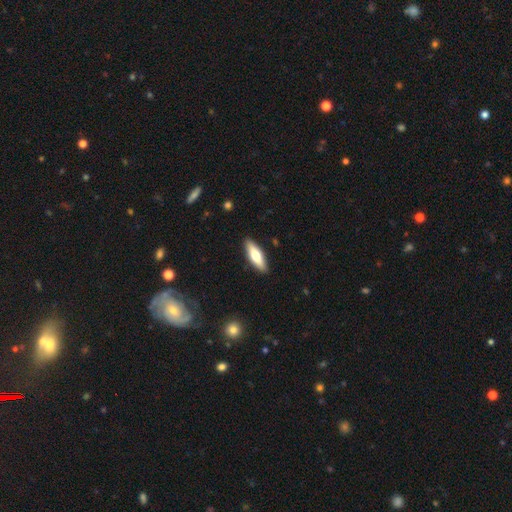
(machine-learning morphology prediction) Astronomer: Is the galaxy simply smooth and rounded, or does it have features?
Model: smooth — 63%.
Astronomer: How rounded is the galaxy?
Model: cigar-shaped — 51% (runner-up: in between, 47%).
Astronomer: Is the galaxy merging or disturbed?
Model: none — 89%.